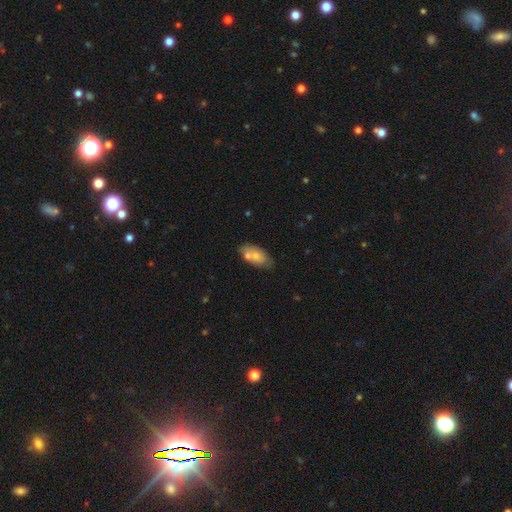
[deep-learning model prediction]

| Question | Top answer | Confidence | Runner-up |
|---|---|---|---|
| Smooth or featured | smooth | 69% | featured or disk (23%) |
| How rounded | in between | 89% | cigar-shaped (8%) |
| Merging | none | 59% | merger (18%) |